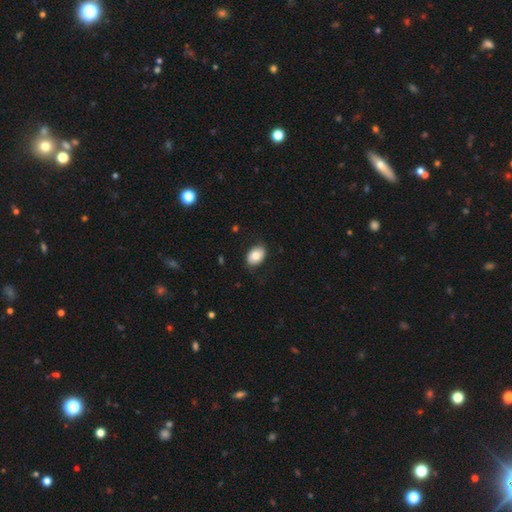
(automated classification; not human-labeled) Smooth or featured? smooth (79%)
How rounded? in between (83%)
Merging? none (85%)